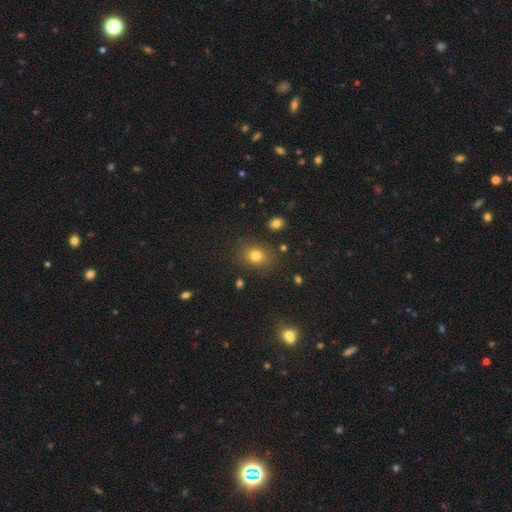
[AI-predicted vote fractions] smooth-or-featured: smooth: 78% | star or artifact: 14% | featured or disk: 8%
  how-rounded: round: 56% | in between: 43% | cigar-shaped: 1%
  merging: none: 83% | minor disturbance: 11% | major disturbance: 4% | merger: 3%